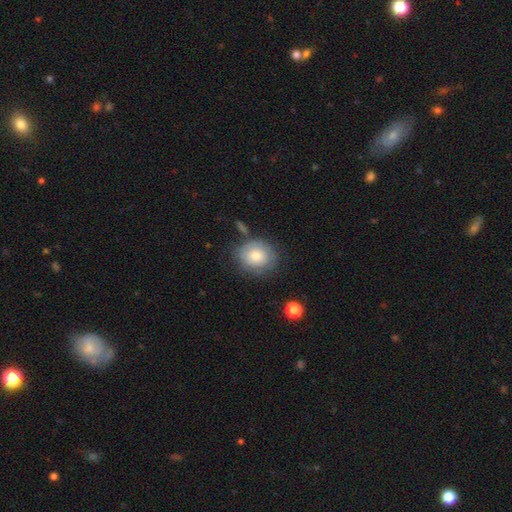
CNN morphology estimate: smooth_or_featured: smooth (p=0.67) [alt: featured or disk p=0.24]
how_rounded: round (p=0.68) [alt: in between p=0.31]
merging: none (p=0.71) [alt: minor disturbance p=0.18]